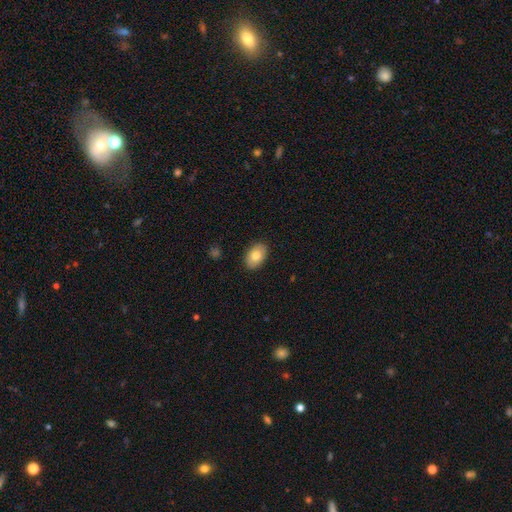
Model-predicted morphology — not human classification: Q: Smooth or featured?
A: smooth (79%); runner-up: featured or disk (14%)
Q: How rounded?
A: in between (87%); runner-up: round (12%)
Q: Merging?
A: none (89%); runner-up: minor disturbance (8%)